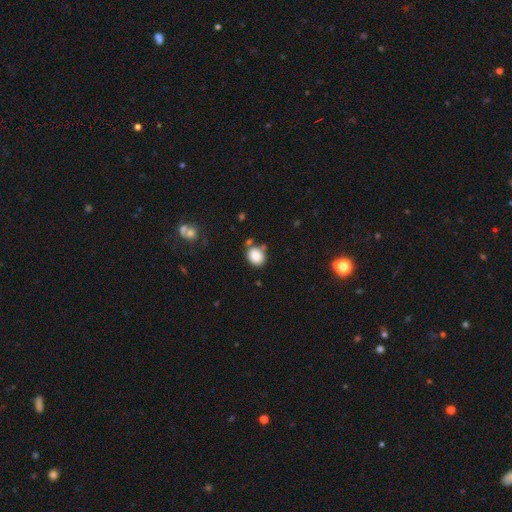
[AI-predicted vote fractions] Smooth or featured? smooth (86%)
How rounded? round (56%)
Merging? none (71%)